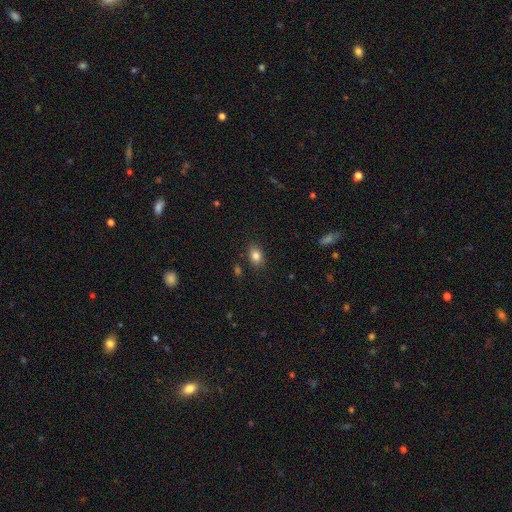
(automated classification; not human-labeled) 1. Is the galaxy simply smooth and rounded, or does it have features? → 83% smooth, 10% star or artifact, 7% featured or disk.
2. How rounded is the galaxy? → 71% in between, 27% round, 1% cigar-shaped.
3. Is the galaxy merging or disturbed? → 85% none, 10% minor disturbance, 3% major disturbance, 2% merger.